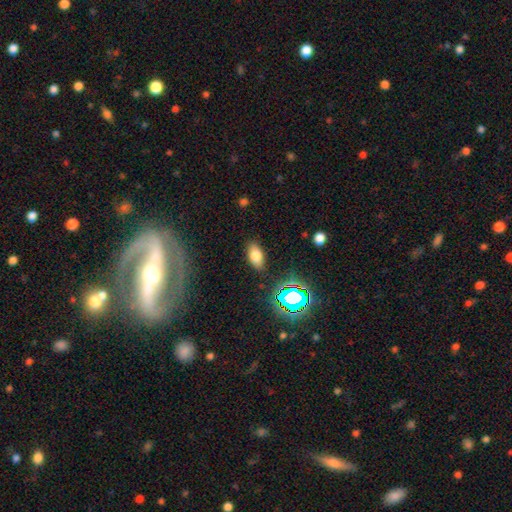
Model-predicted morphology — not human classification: smooth-or-featured: smooth: 72% | star or artifact: 15% | featured or disk: 12%
  how-rounded: in between: 89% | cigar-shaped: 7% | round: 5%
  merging: none: 85% | minor disturbance: 10% | major disturbance: 3% | merger: 2%